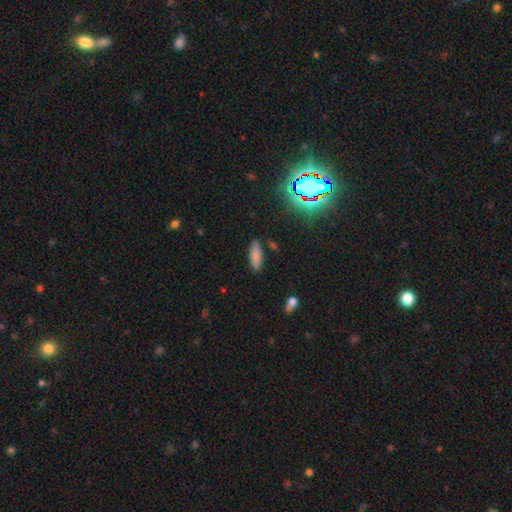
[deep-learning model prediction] smooth-or-featured: smooth: 83% | star or artifact: 11% | featured or disk: 7%
  how-rounded: in between: 67% | cigar-shaped: 31% | round: 2%
  merging: none: 85% | minor disturbance: 10% | major disturbance: 3% | merger: 2%